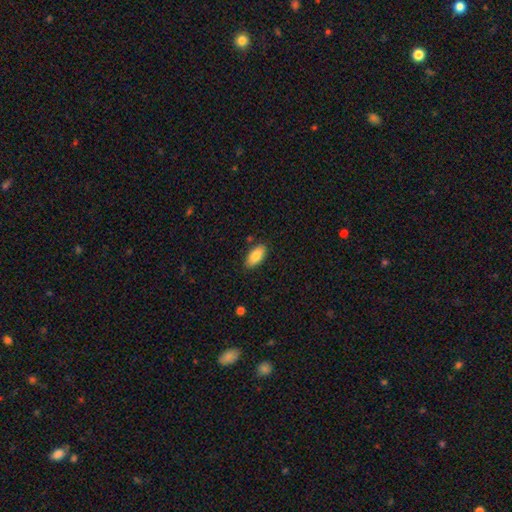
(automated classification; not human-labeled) A smooth galaxy with no disk features (85%) that is in between round and cigar-shaped (91%).

Vote fractions:
- Smooth or featured? smooth: 85% / featured or disk: 8% / star or artifact: 7%
- How rounded? in between: 91% / cigar-shaped: 7% / round: 2%
- Merging? none: 85% / minor disturbance: 11% / major disturbance: 2% / merger: 2%